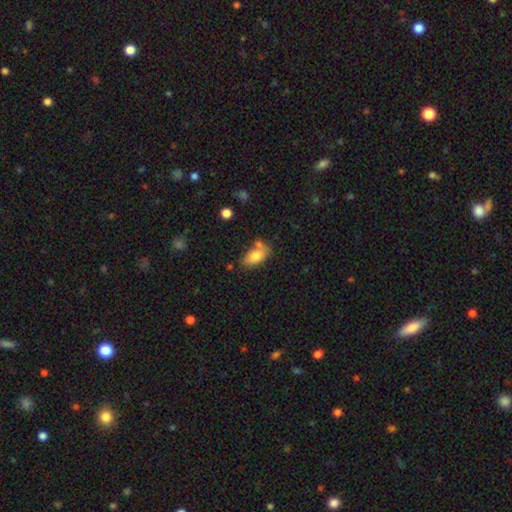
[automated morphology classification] This appears to be a smooth galaxy with no disk features (78%) that is in between round and cigar-shaped (90%). Merging: none (55%).